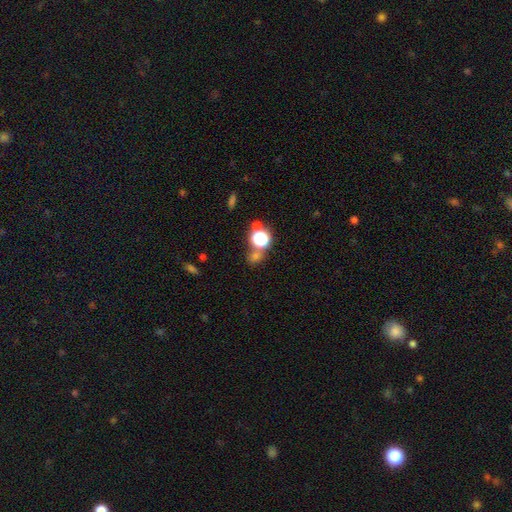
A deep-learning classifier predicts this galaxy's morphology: smooth-or-featured: smooth: 52% | star or artifact: 39% | featured or disk: 8%
  how-rounded: round: 78% | in between: 20% | cigar-shaped: 2%
  merging: none: 64% | merger: 19% | minor disturbance: 11% | major disturbance: 6%